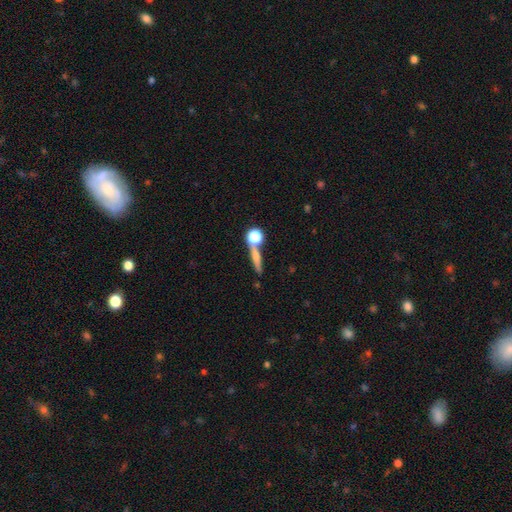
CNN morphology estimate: Smooth or featured: smooth — 49% (featured or disk — 37%)
Merging: none — 66% (merger — 20%)